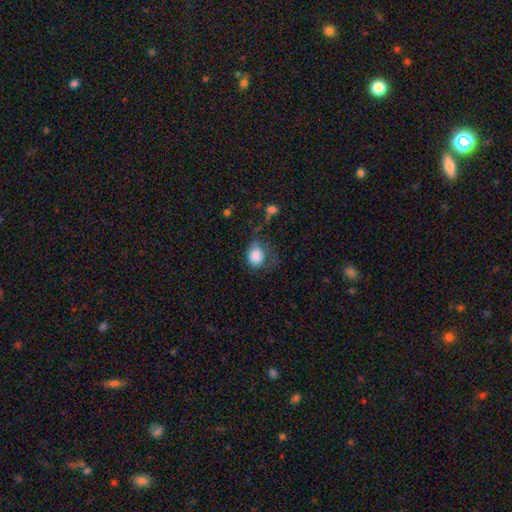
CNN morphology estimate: Overall: smooth (83%). How rounded: round (59%; in between 40%). Merging: none (38%; major disturbance 29%).